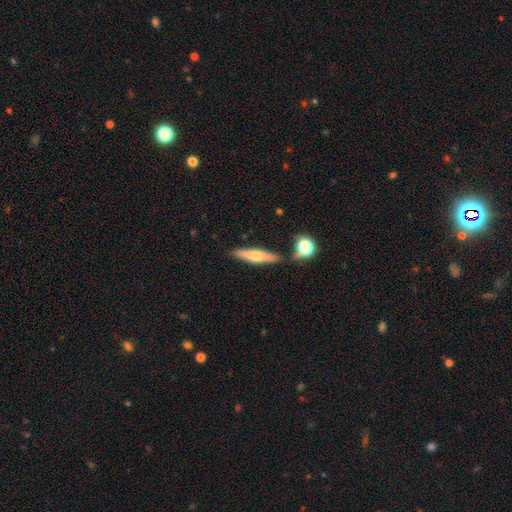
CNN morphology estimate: Smooth or featured? Predicted: smooth (p=0.55). How rounded? Predicted: cigar-shaped (p=0.77). Merging? Predicted: none (p=0.77).